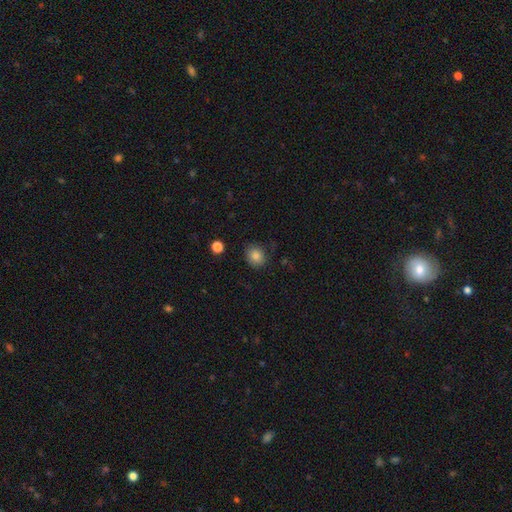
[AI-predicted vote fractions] Smooth or featured? smooth (83%)
How rounded? round (72%)
Merging? none (83%)